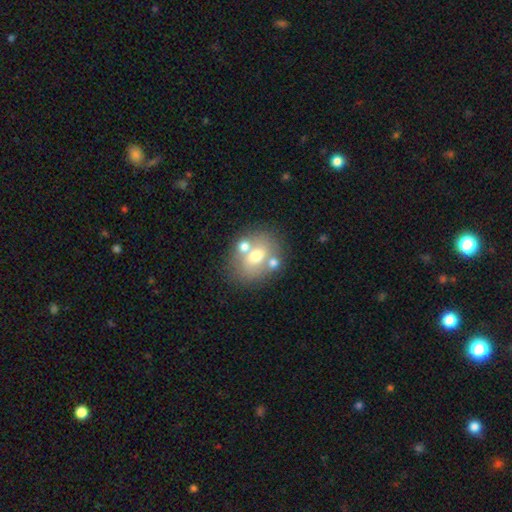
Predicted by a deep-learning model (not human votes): This appears to be a smooth galaxy with no disk features (55%) that is in between round and cigar-shaped (53%). Merging: none (56%).